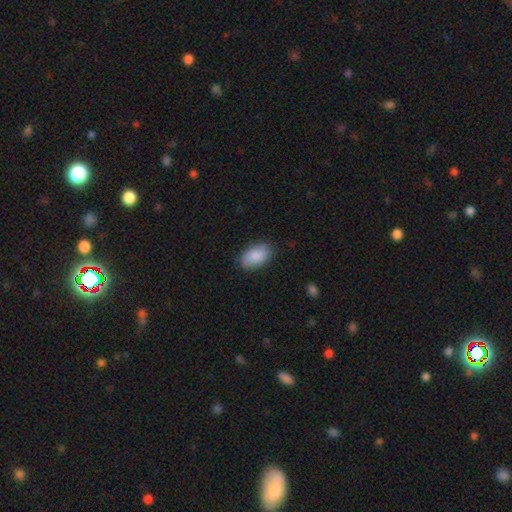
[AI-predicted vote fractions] Smooth or featured? Predicted: smooth (p=0.83). How rounded? Predicted: in between (p=0.92). Merging? Predicted: none (p=0.83).